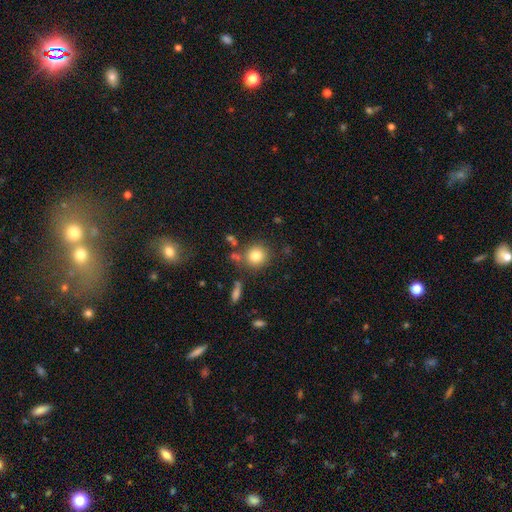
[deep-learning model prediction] This appears to be a smooth galaxy with no disk features (81%) that is round (89%). Merging: none (79%).